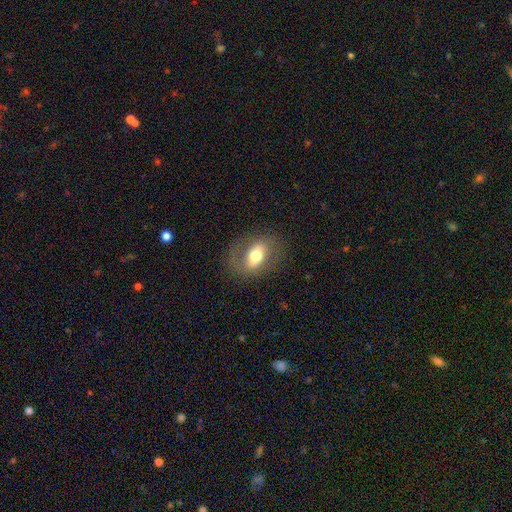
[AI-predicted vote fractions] A smooth galaxy with no disk features (52%) that is in between round and cigar-shaped (77%). Merging: none (78%).